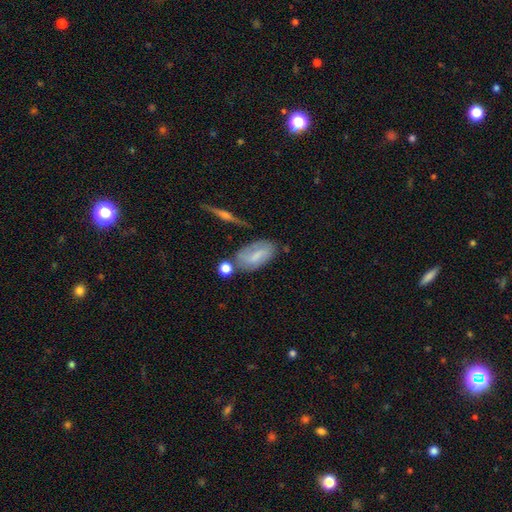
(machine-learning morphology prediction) smooth-or-featured: smooth: 52% | featured or disk: 39% | star or artifact: 9%
  how-rounded: in between: 88% | cigar-shaped: 7% | round: 5%
  merging: none: 55% | minor disturbance: 24% | merger: 11% | major disturbance: 9%